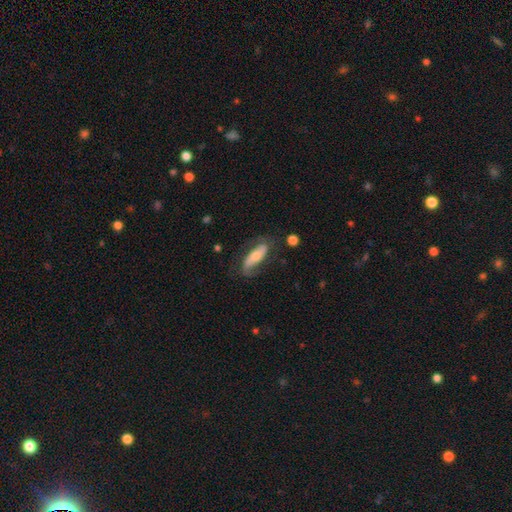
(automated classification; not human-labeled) Overall: featured or disk (59%; smooth 34%). Edge-on disk: no (80%). Merging: none (65%).